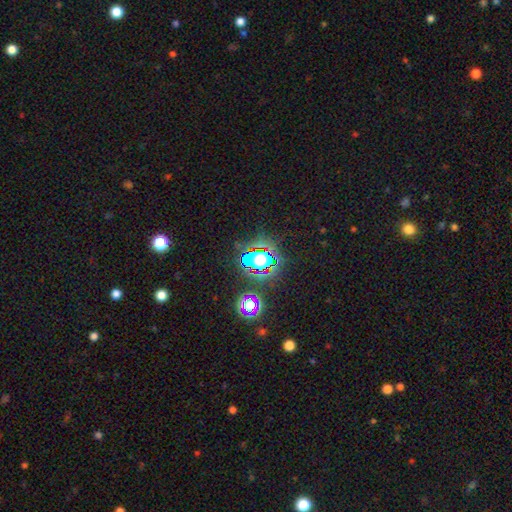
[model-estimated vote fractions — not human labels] A star or artifact, not a galaxy (63%).